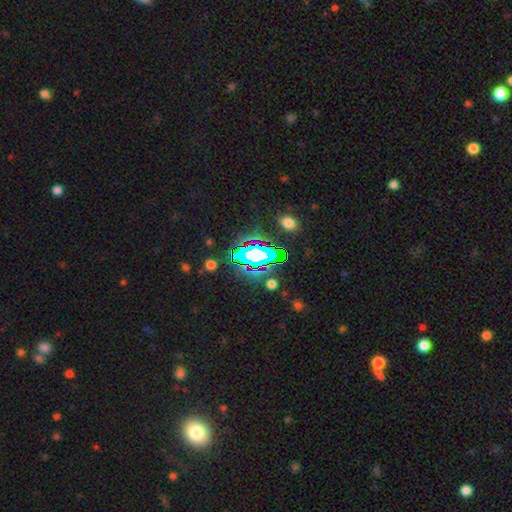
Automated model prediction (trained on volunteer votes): Overall: star or artifact (62%).